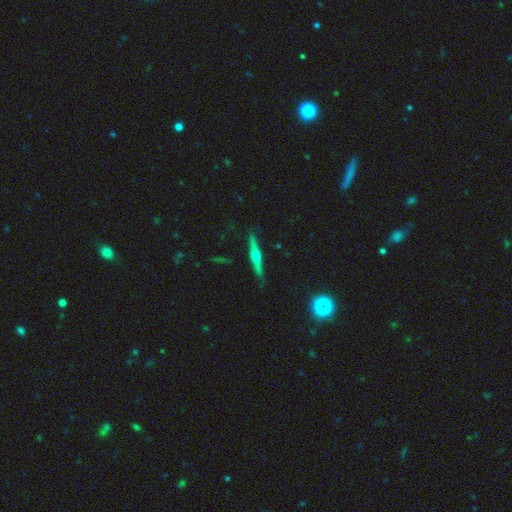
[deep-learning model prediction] Smooth or featured?
  - featured or disk: 75% *
  - smooth: 19%
  - star or artifact: 6%
Edge-on disk?
  - yes: 98% *
  - no: 2%
Edge-on bulge?
  - rounded: 93% *
  - none: 4%
  - boxy: 3%
Merging?
  - none: 86% *
  - minor disturbance: 10%
  - major disturbance: 2%
  - merger: 1%